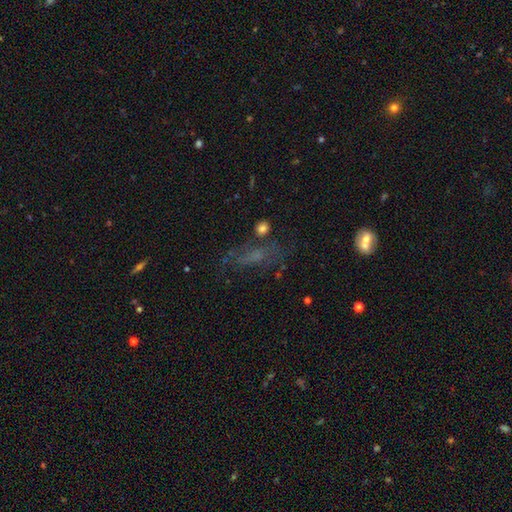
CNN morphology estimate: A featured or disk galaxy (38%). Merging: none (52%).